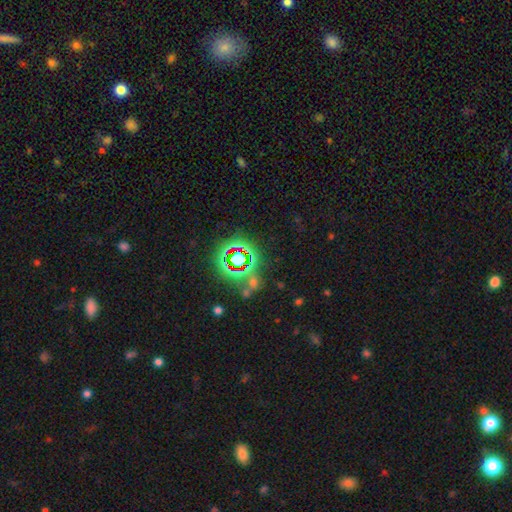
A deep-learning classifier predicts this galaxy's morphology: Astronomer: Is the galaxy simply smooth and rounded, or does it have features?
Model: star or artifact — 76%.